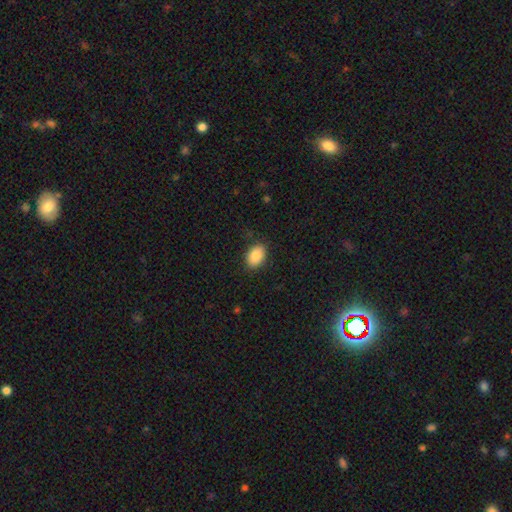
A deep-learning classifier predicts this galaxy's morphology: Smooth or featured? Predicted: smooth (p=0.87). How rounded? Predicted: in between (p=0.84). Merging? Predicted: none (p=0.87).